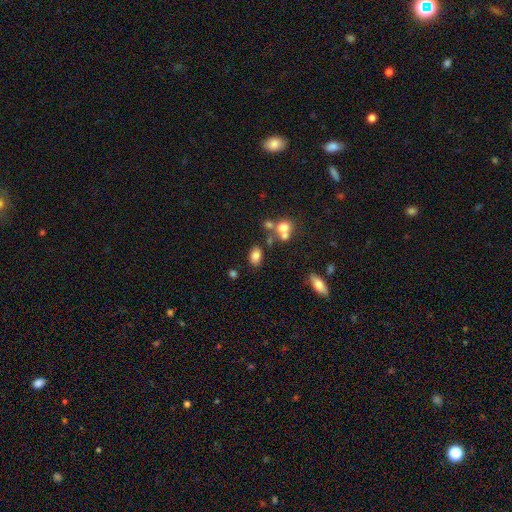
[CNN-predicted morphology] The model was most divided on "merging": none: 73%, minor disturbance: 13%, merger: 10%, major disturbance: 4%. More confident: how rounded — in between (84%); smooth or featured — smooth (80%).